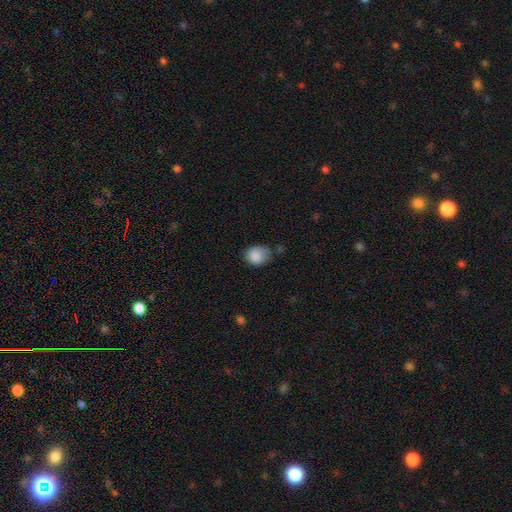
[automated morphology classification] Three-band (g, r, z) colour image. It shows a smooth galaxy with no disk features (86%) that is round (54%). Merging: none (51%).